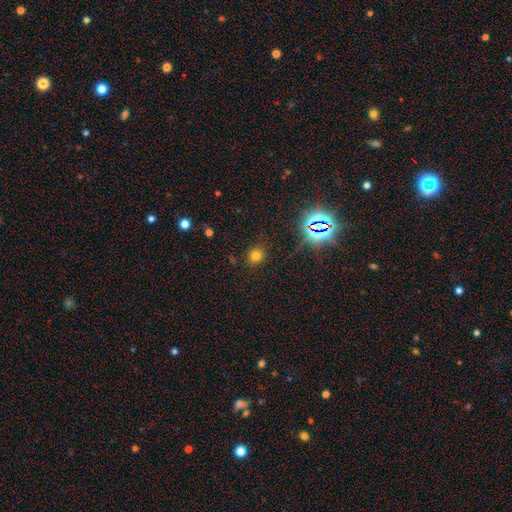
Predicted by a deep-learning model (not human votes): Overall: smooth (71%). How rounded: round (81%). Merging: none (86%).